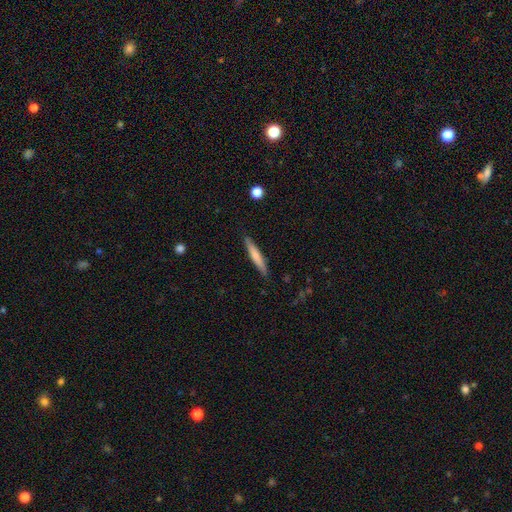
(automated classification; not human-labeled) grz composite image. It shows a smooth galaxy with no disk features (68%) that is cigar-shaped (93%). Merging: none (88%).